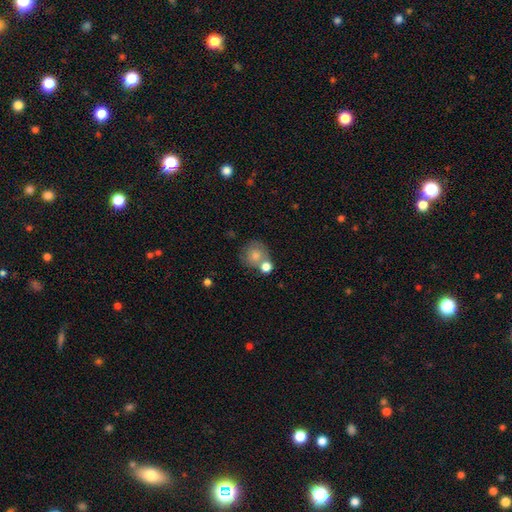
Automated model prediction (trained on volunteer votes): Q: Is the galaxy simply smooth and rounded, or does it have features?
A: smooth — 77%.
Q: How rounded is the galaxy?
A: round — 86%.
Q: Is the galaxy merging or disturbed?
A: none — 50%.